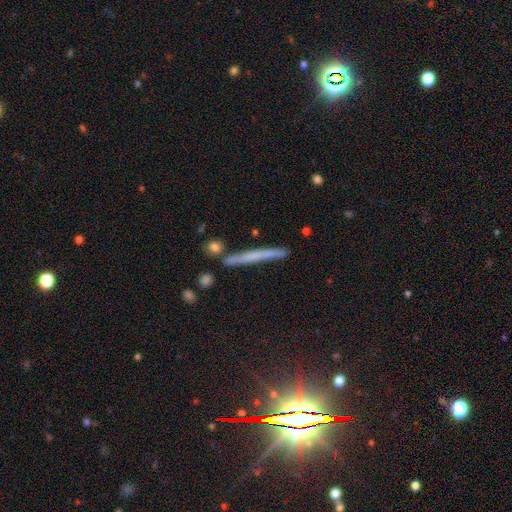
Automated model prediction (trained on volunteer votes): Smooth or featured? smooth (46%)
Merging? none (81%)